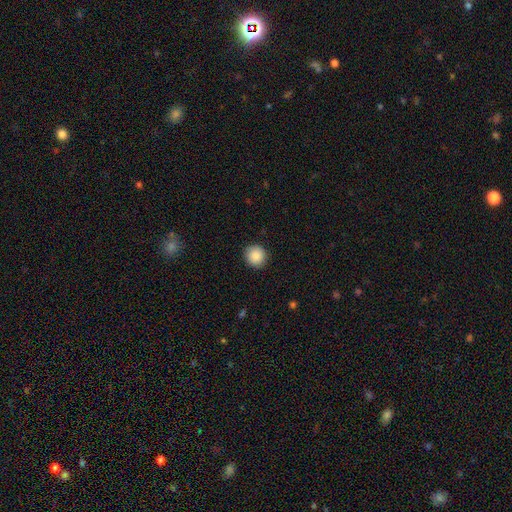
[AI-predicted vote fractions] smooth-or-featured: smooth: 88% | star or artifact: 8% | featured or disk: 4%
  how-rounded: round: 92% | in between: 7% | cigar-shaped: 1%
  merging: none: 91% | minor disturbance: 7% | major disturbance: 2% | merger: 1%